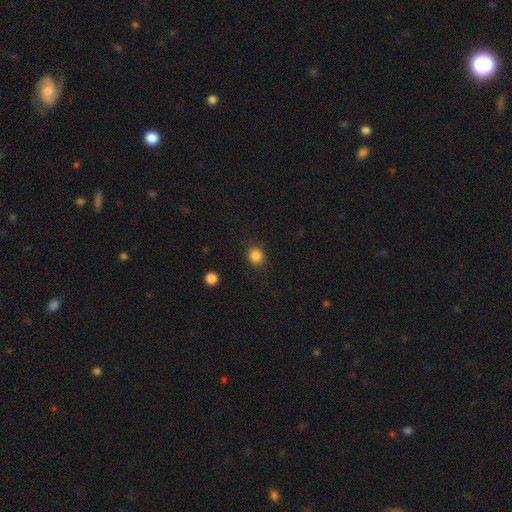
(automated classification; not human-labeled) Smooth or featured?
  - smooth: 85% *
  - star or artifact: 11%
  - featured or disk: 4%
How rounded?
  - round: 81% *
  - in between: 18%
  - cigar-shaped: 1%
Merging?
  - none: 88% *
  - minor disturbance: 8%
  - major disturbance: 3%
  - merger: 1%